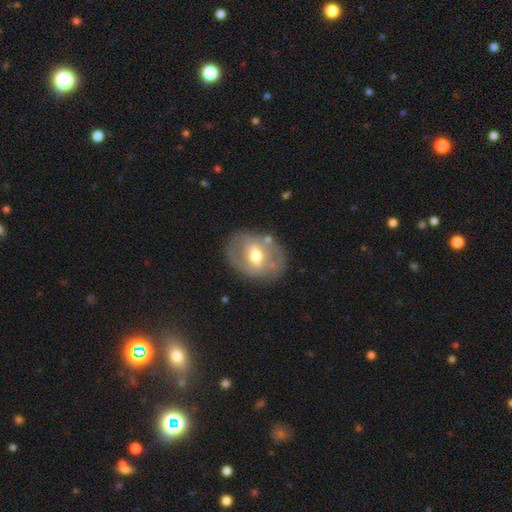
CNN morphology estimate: A featured or disk galaxy (62%) with a weak bar (44%), no spiral arms (61%) and a moderate central bulge (73%). Merging: none (74%).